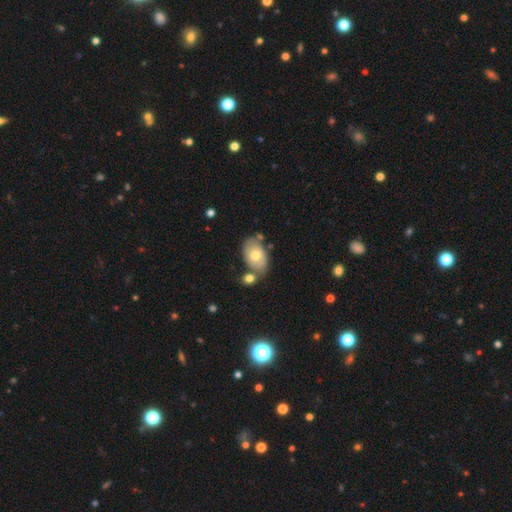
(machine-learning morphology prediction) type=smooth (66%); roundness=in between (88%); merging=none (59%).